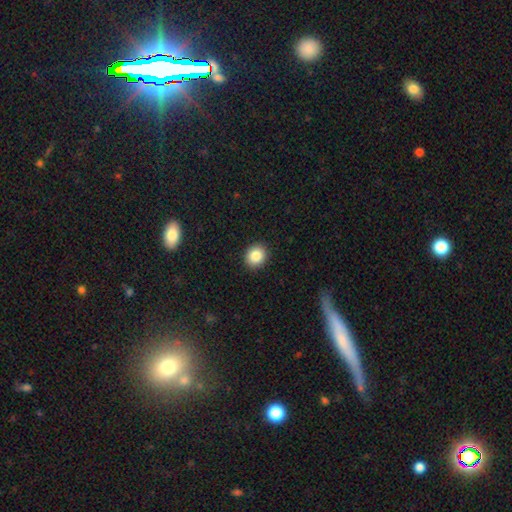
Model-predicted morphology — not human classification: type=smooth (85%); roundness=round (77%); merging=none (92%).